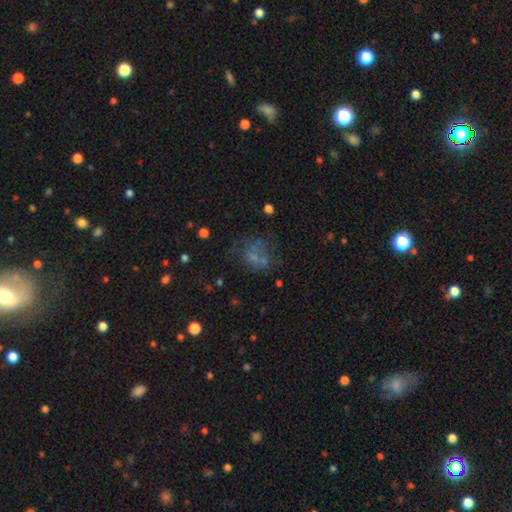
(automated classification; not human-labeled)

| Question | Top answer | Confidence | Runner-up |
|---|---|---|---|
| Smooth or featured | smooth | 41% | featured or disk (37%) |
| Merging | none | 38% | major disturbance (29%) |